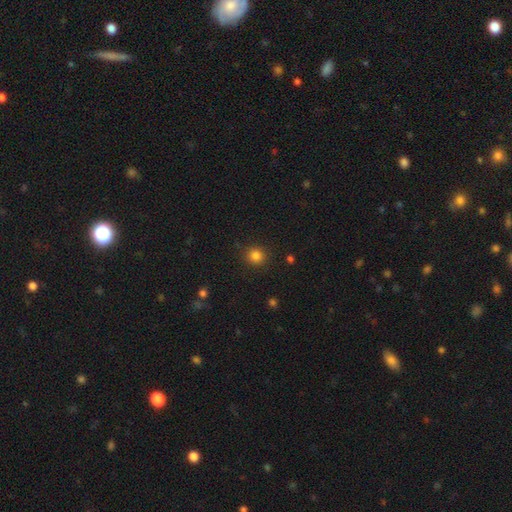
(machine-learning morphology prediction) type=smooth (83%); roundness=round (90%); merging=none (89%).